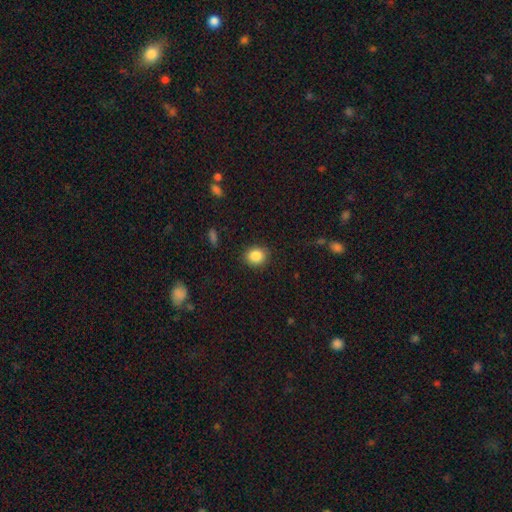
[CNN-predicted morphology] smooth-or-featured: smooth: 86% | star or artifact: 9% | featured or disk: 5%
  how-rounded: round: 70% | in between: 29% | cigar-shaped: 1%
  merging: none: 88% | minor disturbance: 8% | major disturbance: 2% | merger: 1%